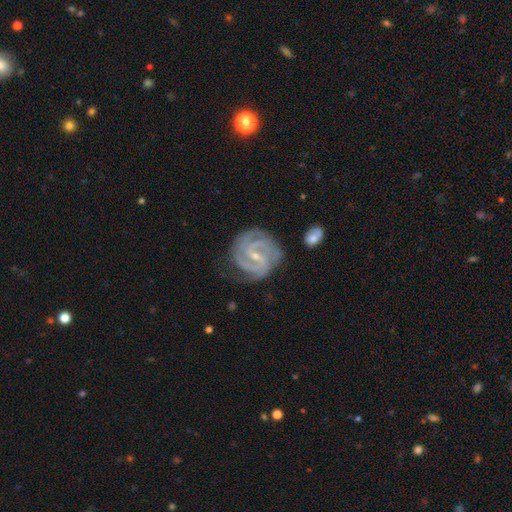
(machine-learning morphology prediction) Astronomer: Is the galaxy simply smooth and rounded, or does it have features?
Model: featured or disk — 91%.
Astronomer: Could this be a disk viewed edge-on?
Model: no — 98%.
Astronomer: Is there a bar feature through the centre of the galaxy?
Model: weak — 50% (runner-up: strong, 32%).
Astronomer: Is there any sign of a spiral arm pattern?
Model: yes — 98%.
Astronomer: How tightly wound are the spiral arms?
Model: tight — 59% (runner-up: medium, 35%).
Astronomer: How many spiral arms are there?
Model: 2 — 42% (runner-up: 3, 29%).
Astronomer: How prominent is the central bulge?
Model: small — 73%.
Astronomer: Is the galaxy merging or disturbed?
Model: none — 71%.